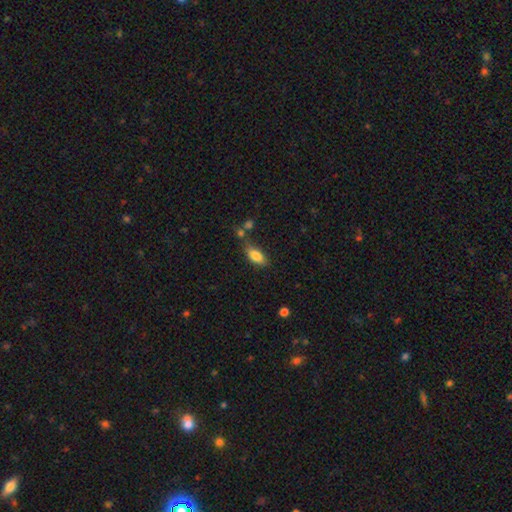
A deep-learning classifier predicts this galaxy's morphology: Smooth or featured: smooth — 83% (featured or disk — 9%)
How rounded: in between — 87% (cigar-shaped — 10%)
Merging: none — 62% (minor disturbance — 21%)